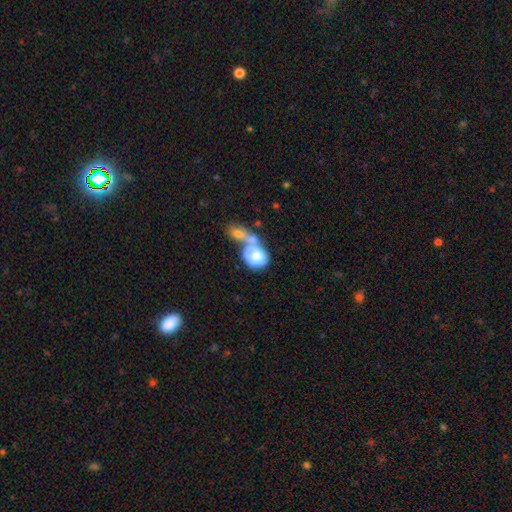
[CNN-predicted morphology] smooth-or-featured: smooth: 66% | featured or disk: 27% | star or artifact: 7%
  how-rounded: in between: 50% | round: 47% | cigar-shaped: 2%
  merging: merger: 64% | none: 15% | major disturbance: 12% | minor disturbance: 9%